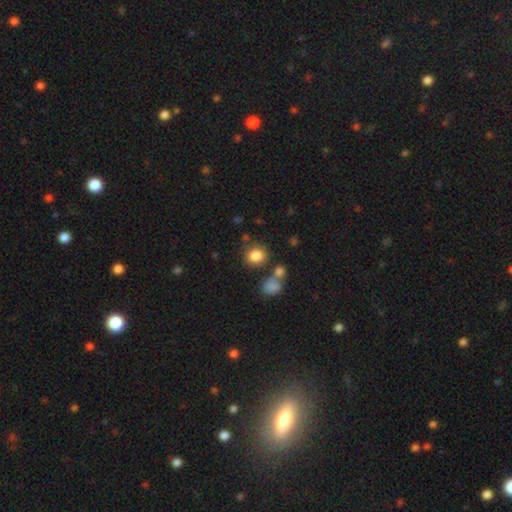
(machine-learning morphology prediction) Overall: smooth (84%). How rounded: round (71%). Merging: none (69%).